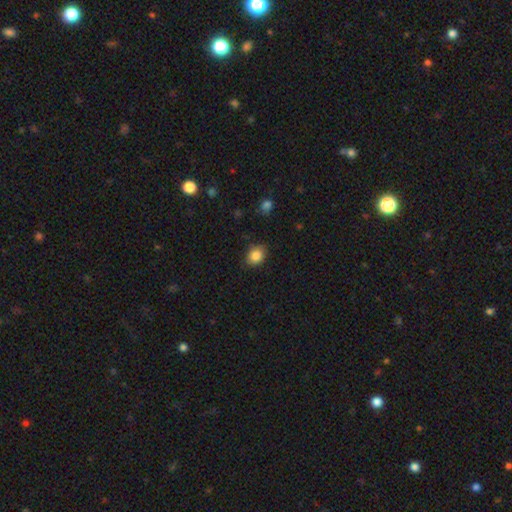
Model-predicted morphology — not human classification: smooth_or_featured: smooth (p=0.86) [alt: star or artifact p=0.09]
how_rounded: in between (p=0.51) [alt: round p=0.48]
merging: none (p=0.84) [alt: minor disturbance p=0.12]